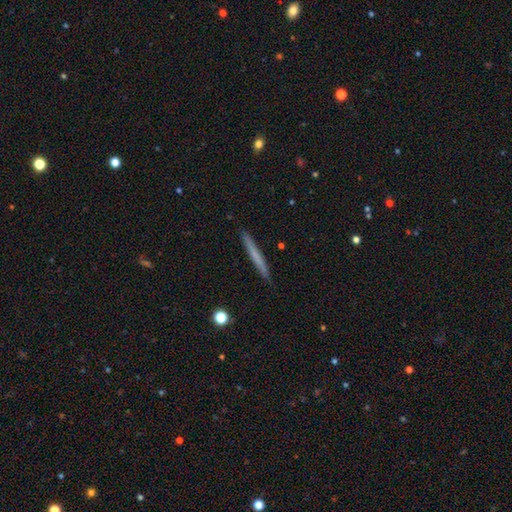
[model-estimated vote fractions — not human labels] Smooth or featured? smooth (58%)
How rounded? cigar-shaped (97%)
Merging? none (92%)